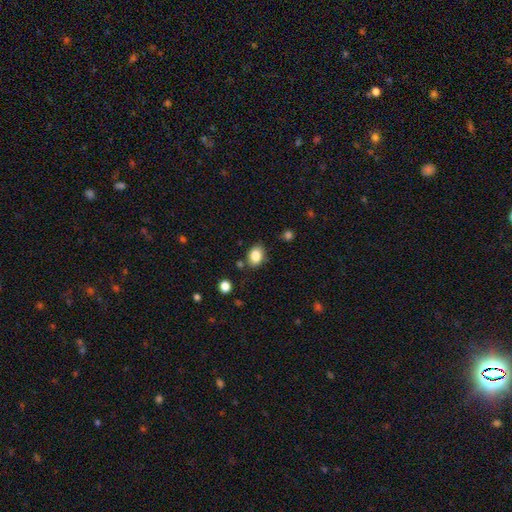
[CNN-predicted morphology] This appears to be a smooth galaxy with no disk features (86%) that is in between round and cigar-shaped (73%). Merging: none (79%).